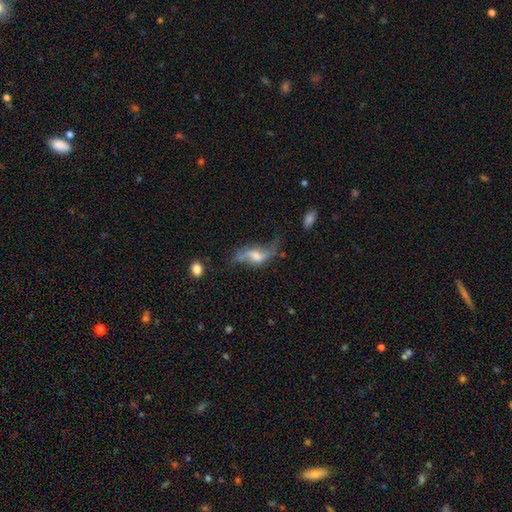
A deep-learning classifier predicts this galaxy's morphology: type=featured or disk (76%); edge-on=no (89%); bar=weak (45%); spiral arms=yes (90%); winding=loose (90%); arm count=2 (89%); bulge=moderate (44%); merging=none (50%).